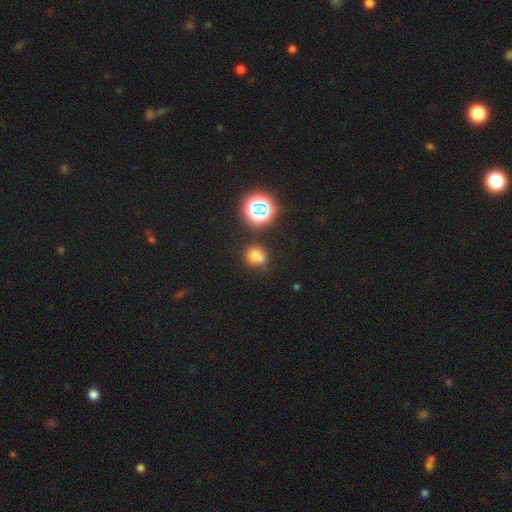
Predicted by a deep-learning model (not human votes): This is likely a smooth galaxy (69%). How rounded: likely round (77%). Merging: likely none (63%).